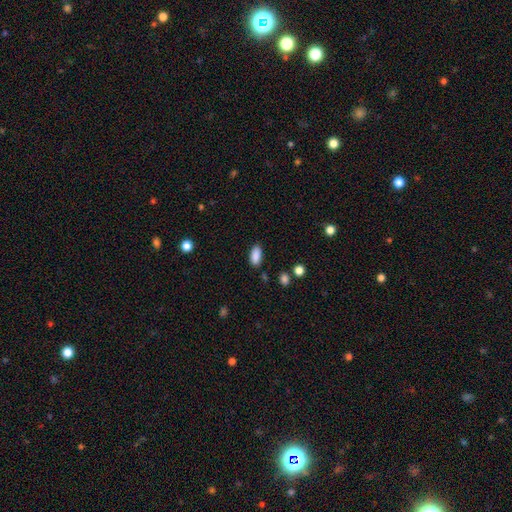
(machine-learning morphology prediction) smooth 88%, star or artifact 8%, featured or disk 4%. Down the decision tree: how rounded — in between (89%); merging — none (84%).